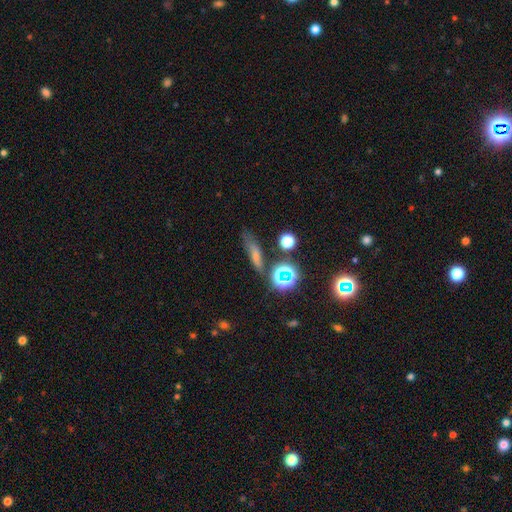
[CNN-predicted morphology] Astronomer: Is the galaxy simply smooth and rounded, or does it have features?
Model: smooth — 43% (runner-up: star or artifact, 33%).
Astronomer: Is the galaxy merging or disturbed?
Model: none — 68%.